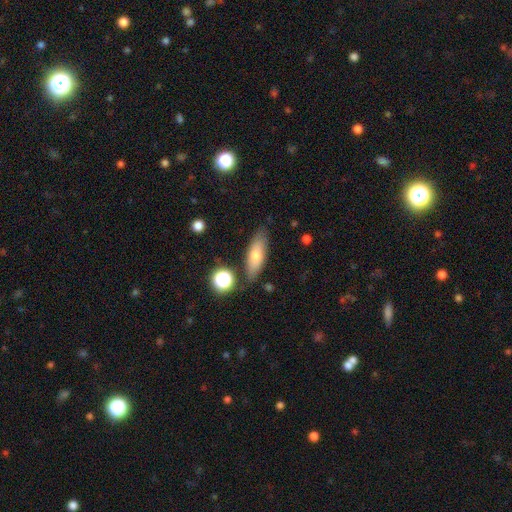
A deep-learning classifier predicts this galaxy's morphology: The model was most divided on "how rounded": in between: 58%, cigar-shaped: 38%, round: 4%. More confident: merging — none (80%); smooth or featured — smooth (69%).